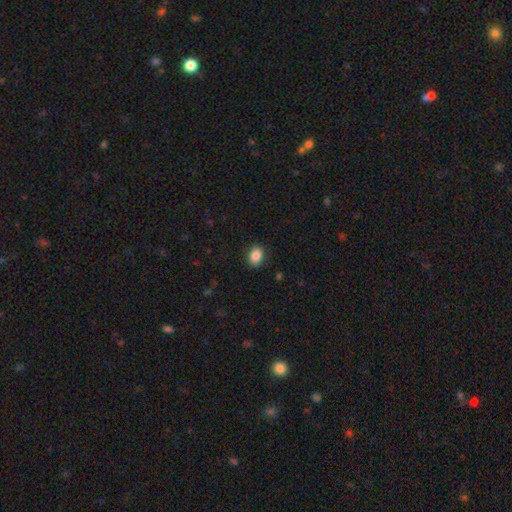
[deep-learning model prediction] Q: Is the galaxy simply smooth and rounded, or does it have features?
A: smooth — 86%.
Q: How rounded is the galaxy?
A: in between — 70%.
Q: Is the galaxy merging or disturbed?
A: none — 87%.